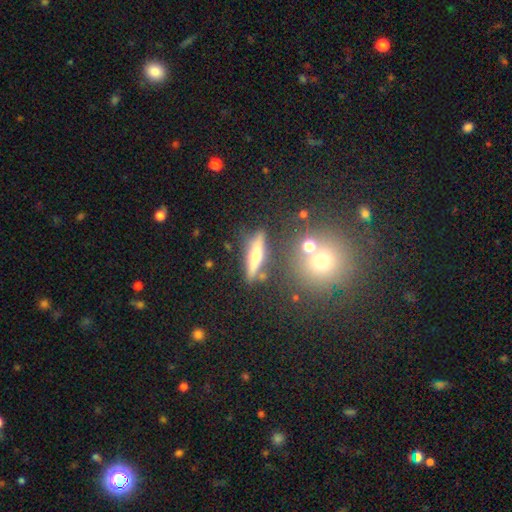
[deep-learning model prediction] This is possibly a featured or disk galaxy (51%). It is clearly viewed edge-on (88%). Merging: clearly none (80%).